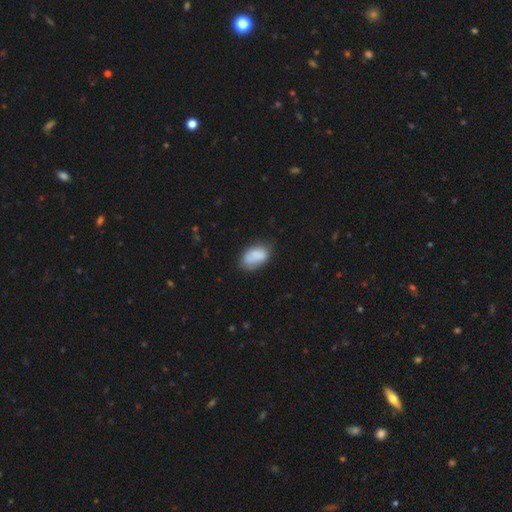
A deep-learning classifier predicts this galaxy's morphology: Smooth or featured? Predicted: smooth (p=0.83). How rounded? Predicted: in between (p=0.91). Merging? Predicted: none (p=0.65).